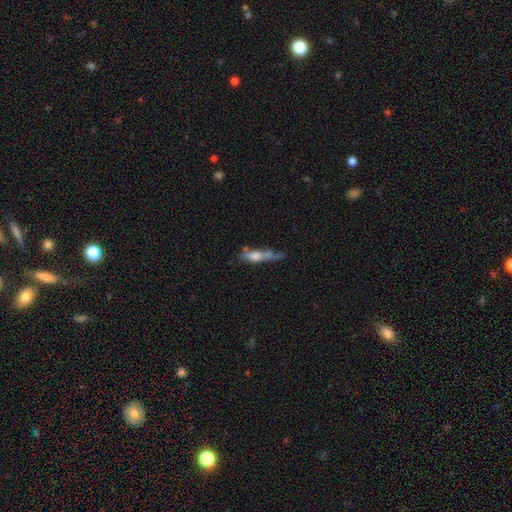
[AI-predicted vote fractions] Smooth or featured? Predicted: featured or disk (p=0.45). Merging? Predicted: none (p=0.36).